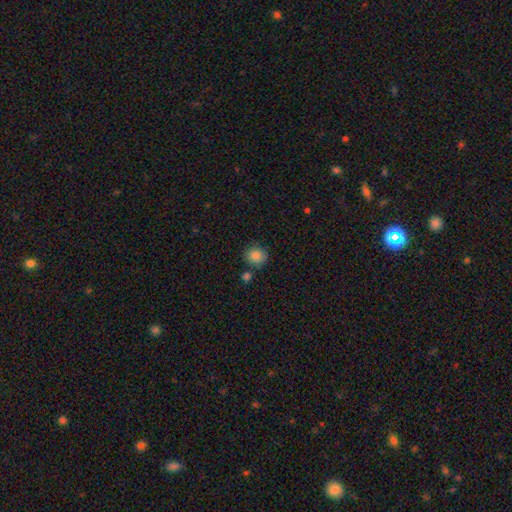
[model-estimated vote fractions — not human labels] smooth_or_featured: smooth (p=0.85) [alt: star or artifact p=0.10]
how_rounded: round (p=0.83) [alt: in between p=0.16]
merging: none (p=0.77) [alt: minor disturbance p=0.11]